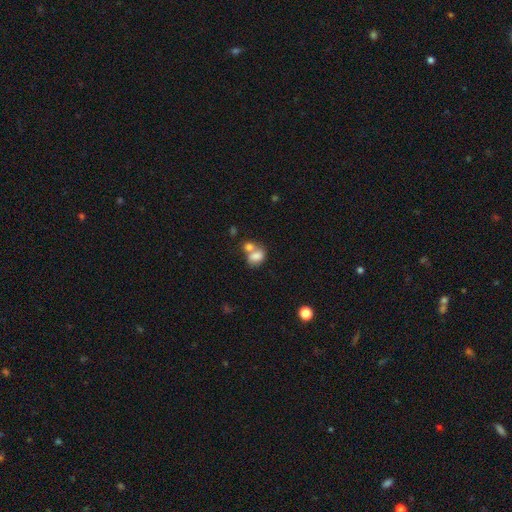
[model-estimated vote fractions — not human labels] Overall: smooth (77%). How rounded: in between (68%; round 31%). Merging: merger (56%; none 27%).